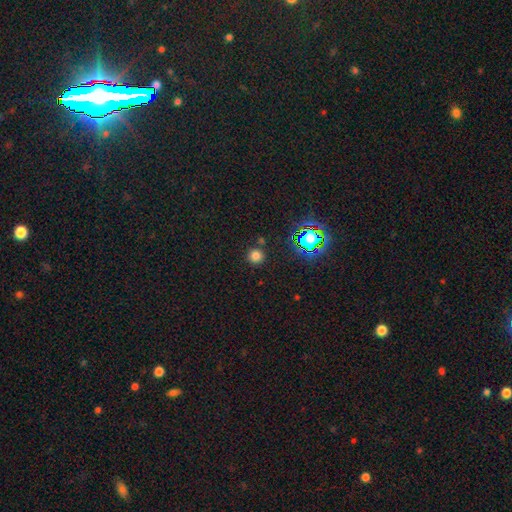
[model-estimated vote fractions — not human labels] Smooth or featured?
  - smooth: 74% *
  - star or artifact: 20%
  - featured or disk: 6%
How rounded?
  - round: 94% *
  - in between: 5%
  - cigar-shaped: 1%
Merging?
  - none: 85% *
  - minor disturbance: 7%
  - merger: 5%
  - major disturbance: 3%